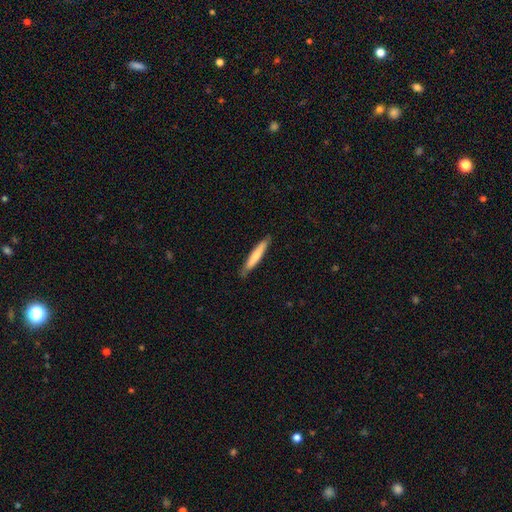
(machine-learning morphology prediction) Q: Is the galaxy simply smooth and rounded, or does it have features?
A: smooth — 67%.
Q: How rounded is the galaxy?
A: cigar-shaped — 93%.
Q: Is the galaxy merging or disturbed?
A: none — 85%.